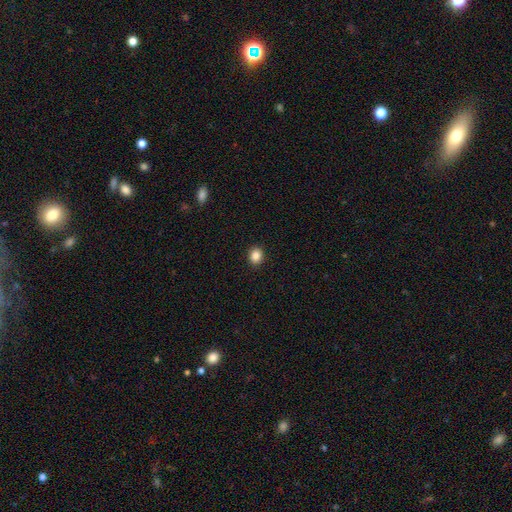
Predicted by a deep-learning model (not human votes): The model was most divided on "how rounded": round: 72%, in between: 27%, cigar-shaped: 1%. More confident: merging — none (92%); smooth or featured — smooth (86%).